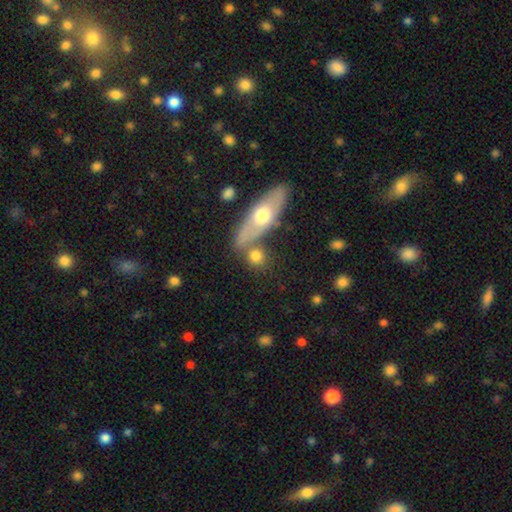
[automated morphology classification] The model was most divided on "merging": none: 63%, merger: 22%, minor disturbance: 11%, major disturbance: 5%. More confident: smooth or featured — smooth (74%); how rounded — round (67%).